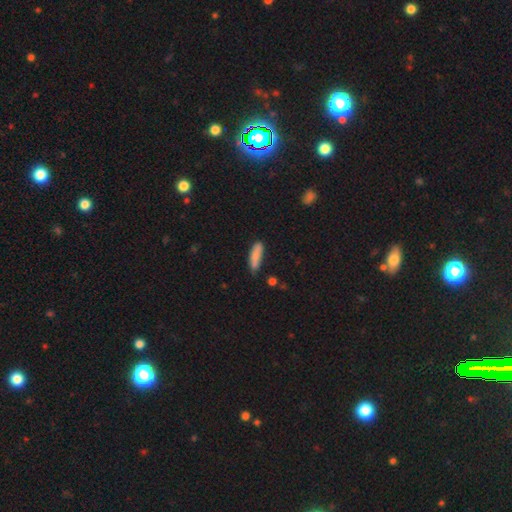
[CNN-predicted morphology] Smooth or featured? smooth (84%)
How rounded? cigar-shaped (65%)
Merging? none (63%)